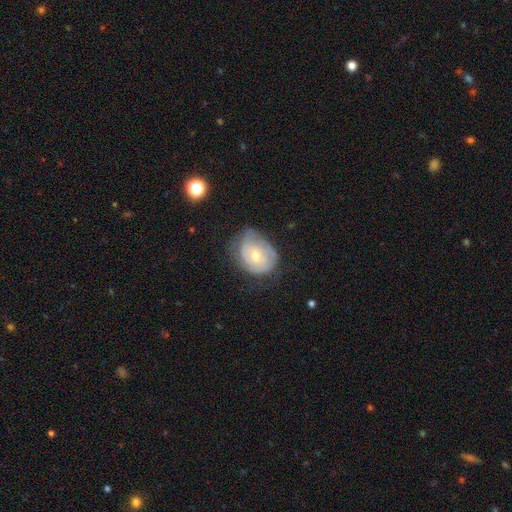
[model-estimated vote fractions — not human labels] Q: Smooth or featured?
A: featured or disk (54%); runner-up: smooth (38%)
Q: Edge-on disk?
A: no (96%); runner-up: yes (4%)
Q: Bar?
A: no (71%); runner-up: weak (25%)
Q: Spiral arms?
A: yes (67%); runner-up: no (33%)
Q: Bulge size?
A: moderate (51%); runner-up: small (45%)
Q: Merging?
A: none (44%); runner-up: minor disturbance (36%)